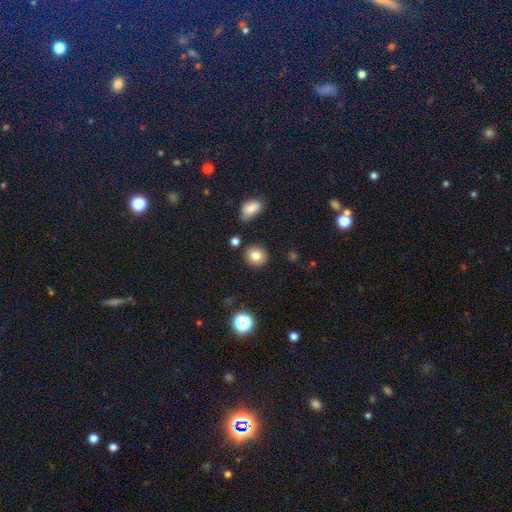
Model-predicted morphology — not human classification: Smooth or featured: smooth — 81% (star or artifact — 11%)
How rounded: round — 84% (in between — 15%)
Merging: none — 85% (minor disturbance — 9%)